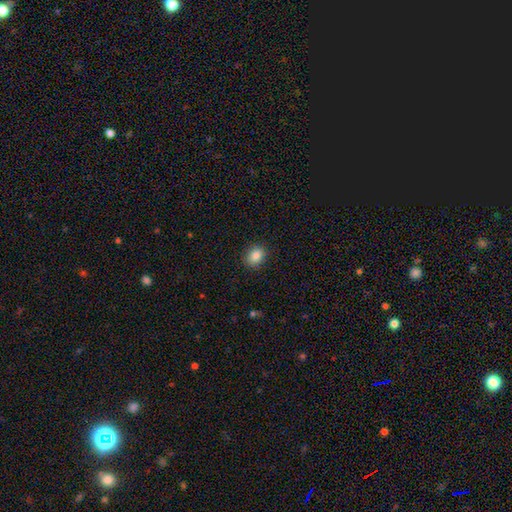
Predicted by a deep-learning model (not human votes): A smooth galaxy with no disk features (86%) that is round (52%).

Vote fractions:
- Smooth or featured? smooth: 86% / star or artifact: 9% / featured or disk: 5%
- How rounded? round: 52% / in between: 47% / cigar-shaped: 1%
- Merging? none: 88% / minor disturbance: 9% / major disturbance: 2% / merger: 1%